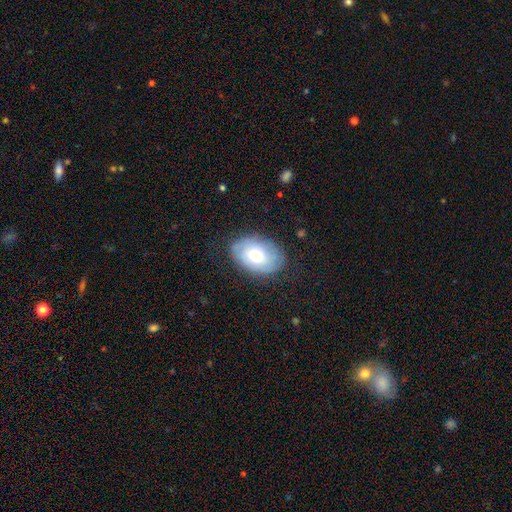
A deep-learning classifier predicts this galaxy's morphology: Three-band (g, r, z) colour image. It shows a smooth galaxy with no disk features (62%) that is in between round and cigar-shaped (83%). Merging: none (78%).